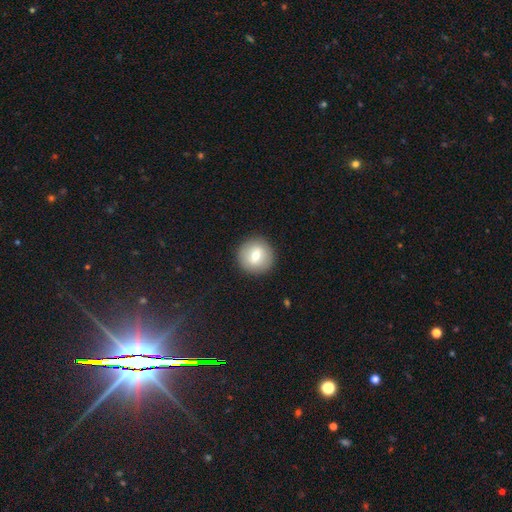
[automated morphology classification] Smooth or featured?
  - smooth: 69% *
  - featured or disk: 22%
  - star or artifact: 8%
How rounded?
  - round: 95% *
  - in between: 4%
  - cigar-shaped: 1%
Merging?
  - none: 91% *
  - minor disturbance: 6%
  - major disturbance: 2%
  - merger: 1%